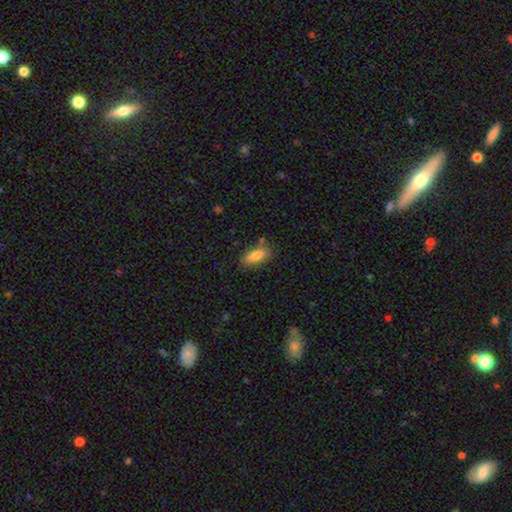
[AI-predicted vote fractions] Smooth or featured?
  - smooth: 81% *
  - featured or disk: 13%
  - star or artifact: 7%
How rounded?
  - in between: 80% *
  - cigar-shaped: 17%
  - round: 3%
Merging?
  - none: 78% *
  - minor disturbance: 14%
  - merger: 5%
  - major disturbance: 3%